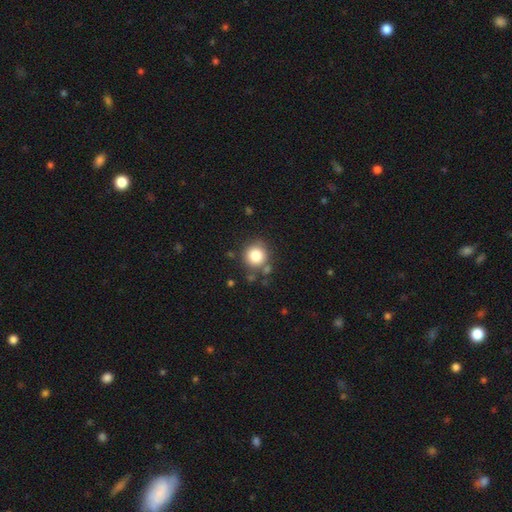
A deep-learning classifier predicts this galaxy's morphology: Q: Smooth or featured?
A: smooth (81%); runner-up: star or artifact (11%)
Q: How rounded?
A: round (92%); runner-up: in between (7%)
Q: Merging?
A: none (78%); runner-up: minor disturbance (11%)